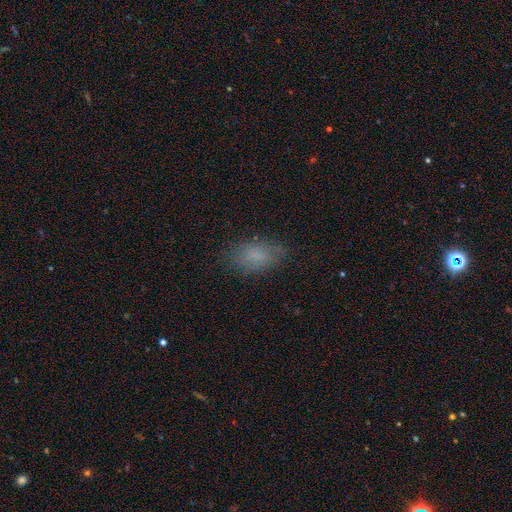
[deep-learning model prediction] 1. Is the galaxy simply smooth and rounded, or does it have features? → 80% smooth, 10% star or artifact, 10% featured or disk.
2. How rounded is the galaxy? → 90% in between, 6% round, 4% cigar-shaped.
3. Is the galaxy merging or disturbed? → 76% none, 17% minor disturbance, 6% major disturbance, 1% merger.